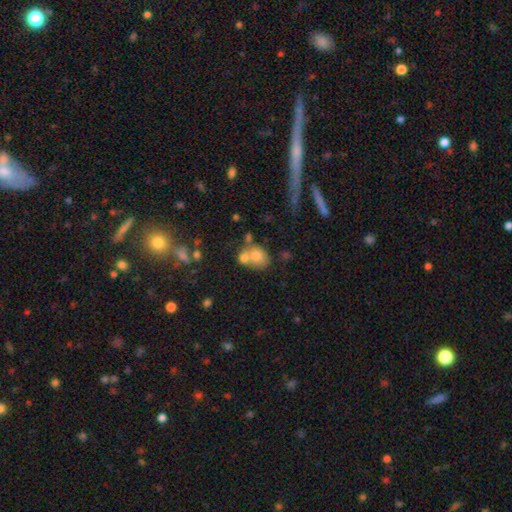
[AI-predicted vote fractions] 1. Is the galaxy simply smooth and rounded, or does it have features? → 74% smooth, 15% featured or disk, 11% star or artifact.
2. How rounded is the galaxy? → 60% round, 39% in between, 1% cigar-shaped.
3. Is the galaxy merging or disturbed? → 48% merger, 36% none, 11% minor disturbance, 5% major disturbance.